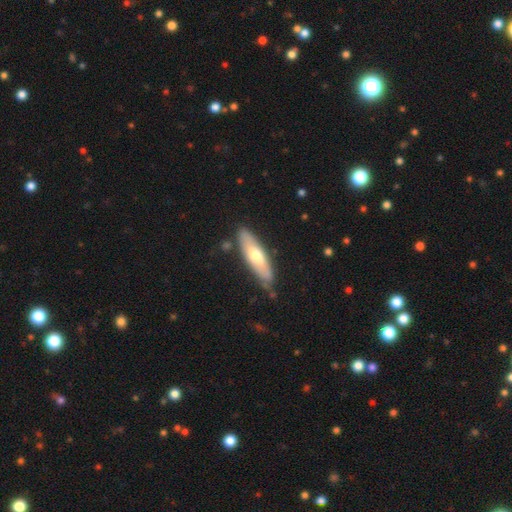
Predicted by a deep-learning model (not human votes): This appears to be a smooth galaxy with no disk features (57%) that is cigar-shaped (57%). Merging: none (78%).